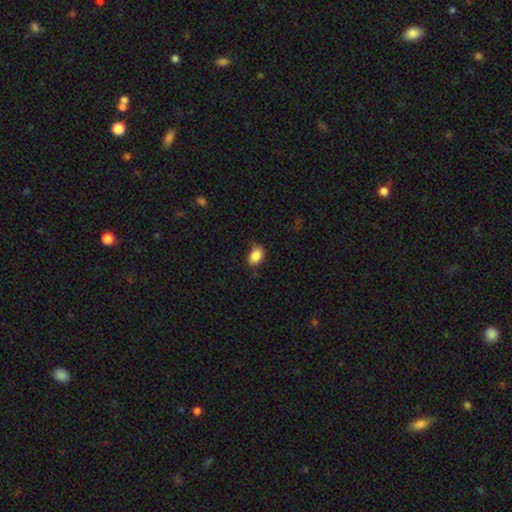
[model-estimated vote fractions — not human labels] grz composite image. It shows a smooth galaxy with no disk features (86%) that is in between round and cigar-shaped (77%). Merging: none (70%).